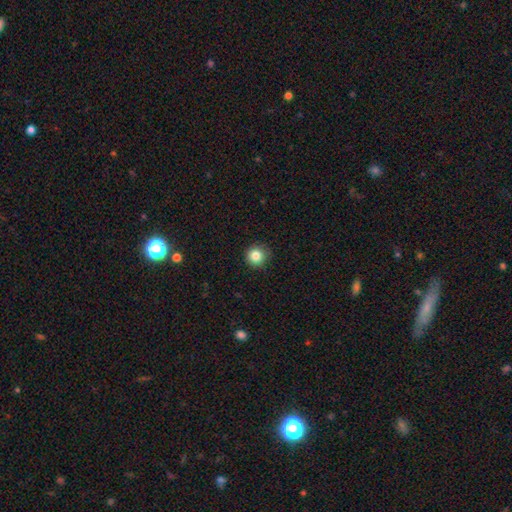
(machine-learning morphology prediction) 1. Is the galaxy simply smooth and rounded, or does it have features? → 84% smooth, 11% star or artifact, 5% featured or disk.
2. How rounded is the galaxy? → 95% round, 4% in between, 1% cigar-shaped.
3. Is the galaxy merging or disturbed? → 89% none, 8% minor disturbance, 2% major disturbance, 1% merger.